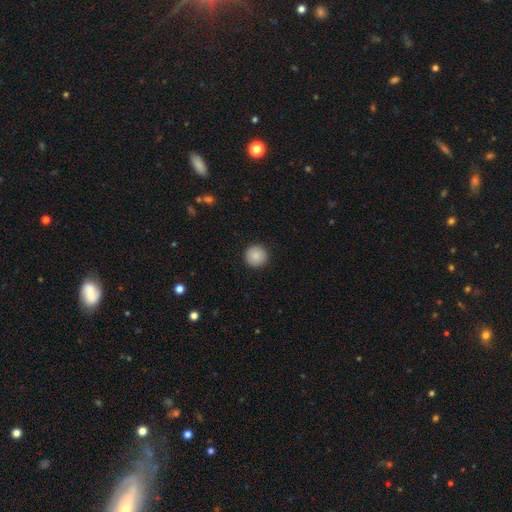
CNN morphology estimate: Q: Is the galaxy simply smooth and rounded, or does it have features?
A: smooth — 88%.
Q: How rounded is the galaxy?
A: round — 96%.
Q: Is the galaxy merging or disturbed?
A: none — 93%.